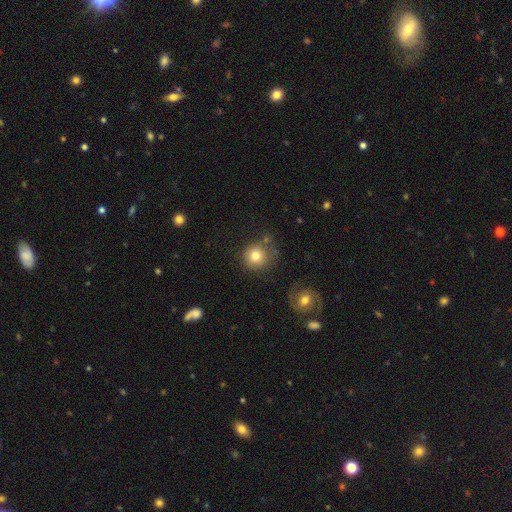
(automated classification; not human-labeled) This appears to be a smooth galaxy with no disk features (79%) that is round (92%). Merging: none (69%).